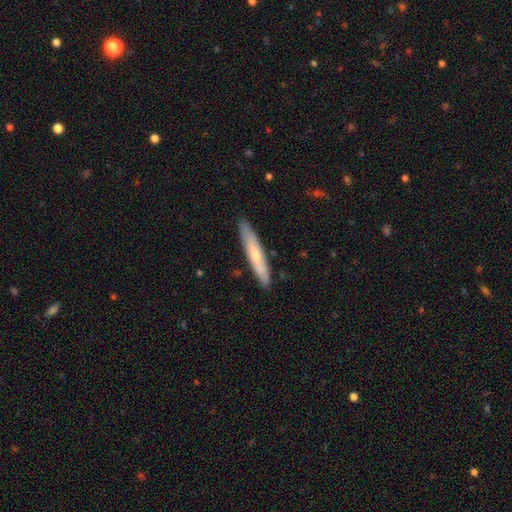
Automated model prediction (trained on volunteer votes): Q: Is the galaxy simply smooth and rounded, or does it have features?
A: smooth — 57%.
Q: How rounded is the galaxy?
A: cigar-shaped — 92%.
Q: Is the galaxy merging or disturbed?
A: none — 87%.